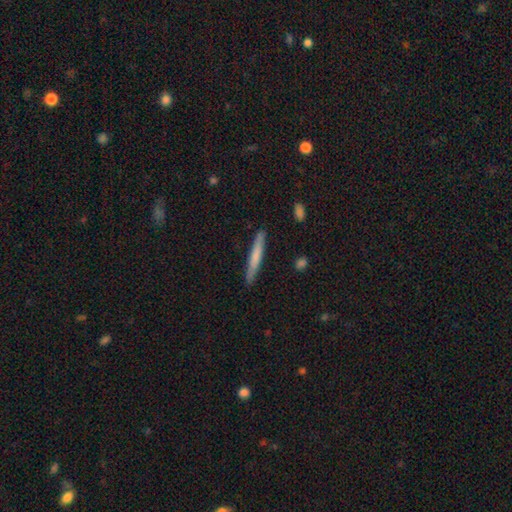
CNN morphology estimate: smooth-or-featured: smooth: 66% | featured or disk: 29% | star or artifact: 5%
  how-rounded: cigar-shaped: 95% | in between: 3% | round: 1%
  merging: none: 88% | minor disturbance: 9% | major disturbance: 2% | merger: 1%